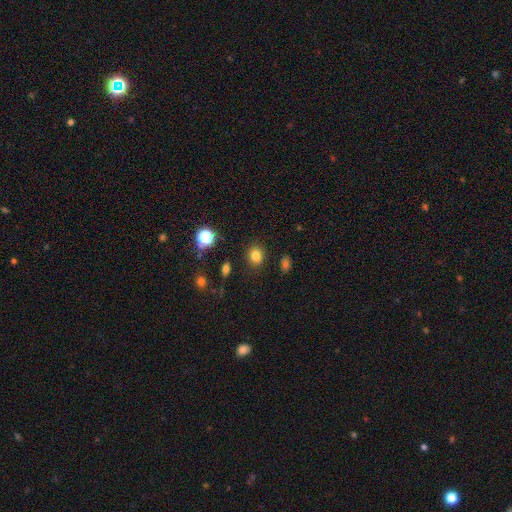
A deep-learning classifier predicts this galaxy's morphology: smooth_or_featured: smooth (p=0.79) [alt: star or artifact p=0.15]
how_rounded: round (p=0.59) [alt: in between p=0.40]
merging: none (p=0.84) [alt: minor disturbance p=0.10]